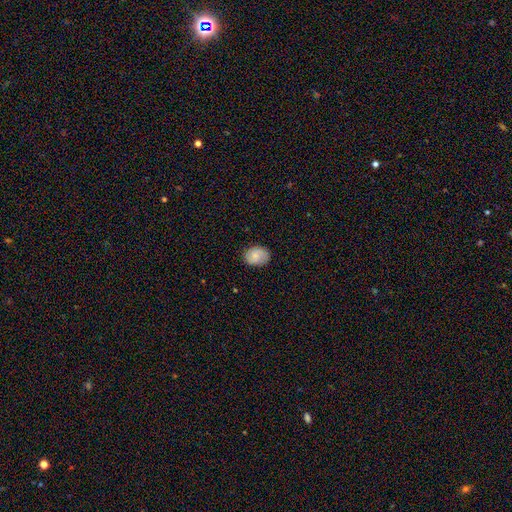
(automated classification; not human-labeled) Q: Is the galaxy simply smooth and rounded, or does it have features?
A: smooth — 66%.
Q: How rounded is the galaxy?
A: in between — 64%.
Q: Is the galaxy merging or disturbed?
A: none — 81%.